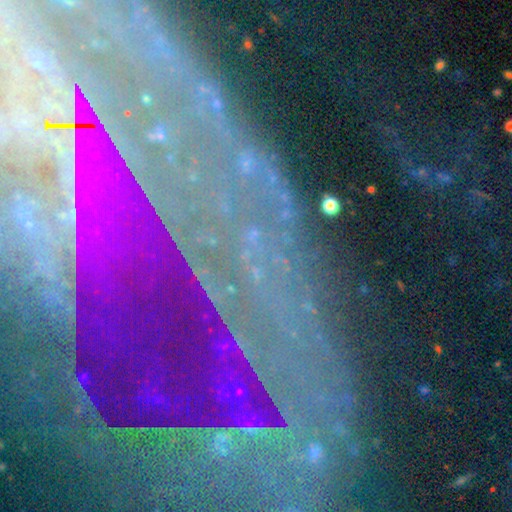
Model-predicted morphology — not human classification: smooth-or-featured: star or artifact: 77% | featured or disk: 14% | smooth: 9%